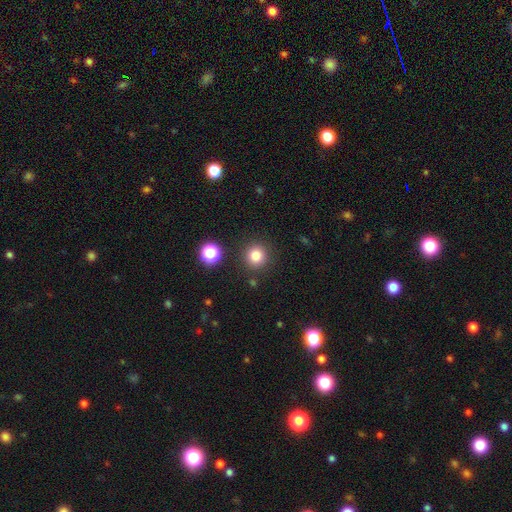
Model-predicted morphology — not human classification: Q: Smooth or featured?
A: smooth (81%); runner-up: star or artifact (13%)
Q: How rounded?
A: round (93%); runner-up: in between (6%)
Q: Merging?
A: none (88%); runner-up: minor disturbance (6%)